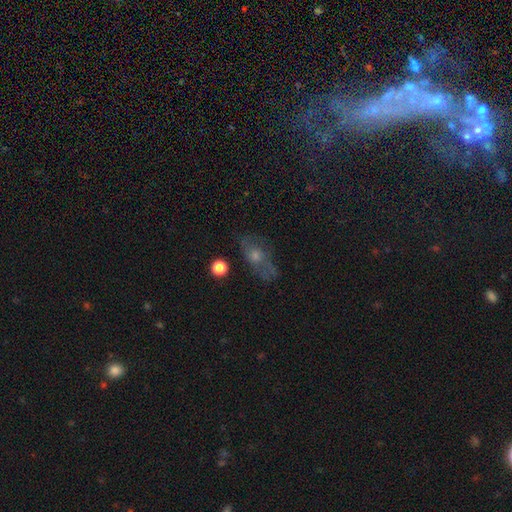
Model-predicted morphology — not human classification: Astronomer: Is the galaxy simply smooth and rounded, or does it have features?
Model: featured or disk — 43% (runner-up: smooth, 37%).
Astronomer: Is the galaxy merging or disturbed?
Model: none — 67%.